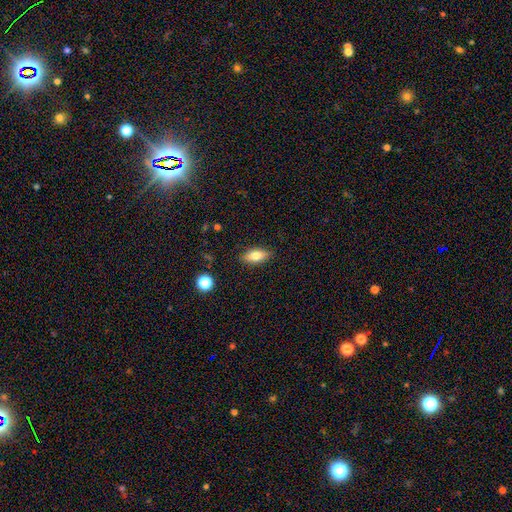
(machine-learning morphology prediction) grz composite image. It shows a smooth galaxy with no disk features (74%) that is in between round and cigar-shaped (80%). Merging: none (87%).